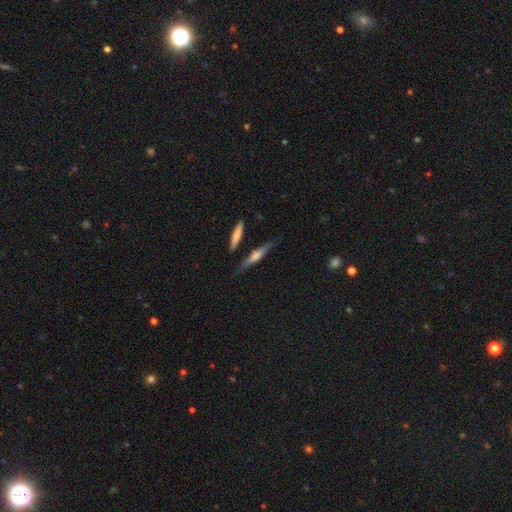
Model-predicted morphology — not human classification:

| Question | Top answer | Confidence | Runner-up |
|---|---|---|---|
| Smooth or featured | featured or disk | 56% | smooth (37%) |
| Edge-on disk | yes | 93% | no (7%) |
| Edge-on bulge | rounded | 68% | boxy (17%) |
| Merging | none | 77% | minor disturbance (14%) |